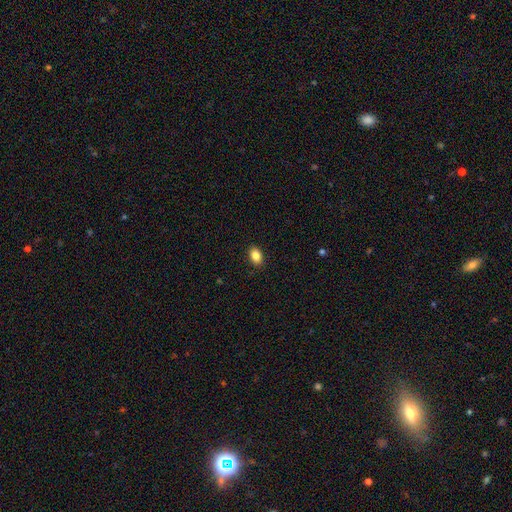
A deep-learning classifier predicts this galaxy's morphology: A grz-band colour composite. It shows a smooth galaxy with no disk features (86%) that is in between round and cigar-shaped (80%). Merging: none (89%).